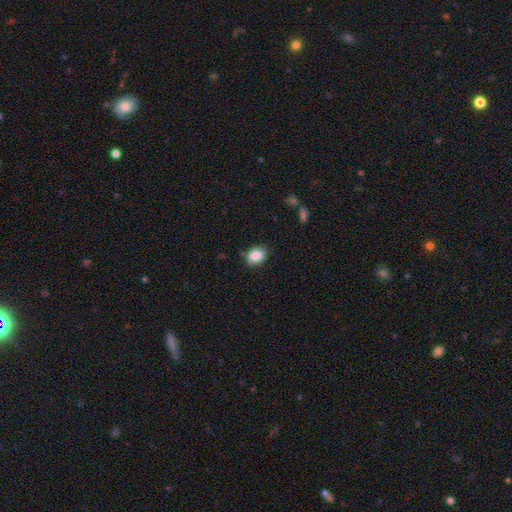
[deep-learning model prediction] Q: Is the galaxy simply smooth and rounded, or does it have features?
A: smooth — 87%.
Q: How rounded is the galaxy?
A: in between — 67%.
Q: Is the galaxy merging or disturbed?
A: none — 81%.